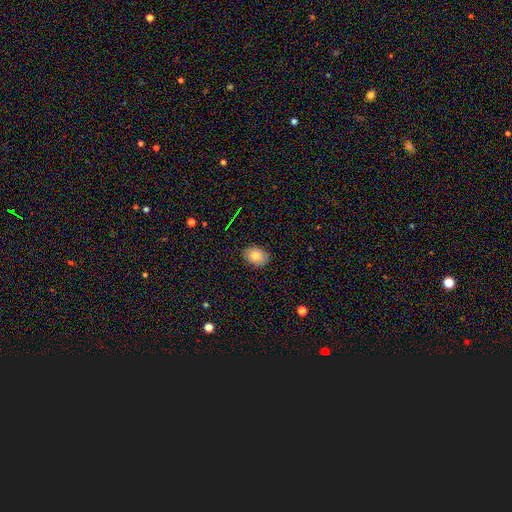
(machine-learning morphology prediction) smooth_or_featured: smooth (p=0.78) [alt: featured or disk p=0.12]
how_rounded: in between (p=0.75) [alt: round p=0.24]
merging: none (p=0.86) [alt: minor disturbance p=0.11]